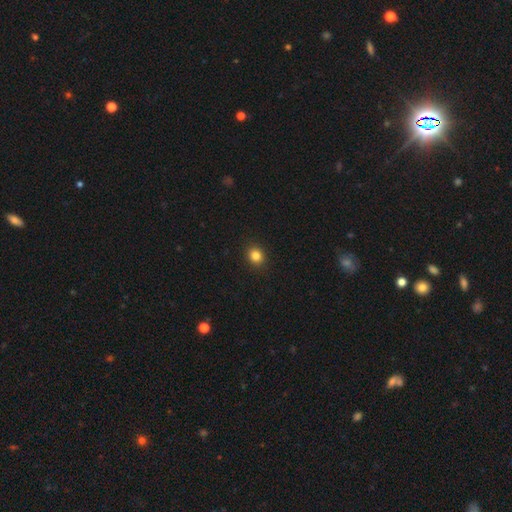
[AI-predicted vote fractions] The model was most divided on "how rounded": round: 75%, in between: 24%, cigar-shaped: 1%. More confident: merging — none (91%); smooth or featured — smooth (84%).